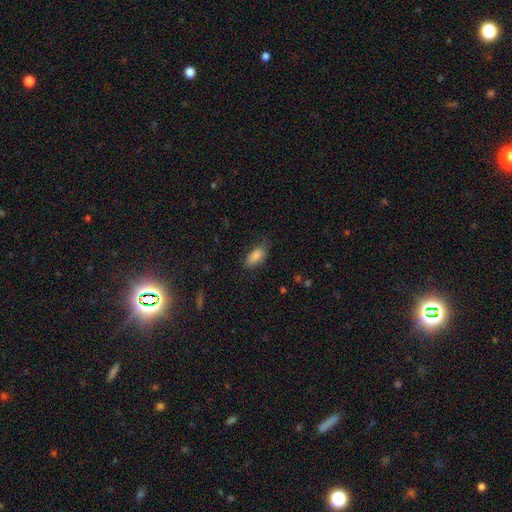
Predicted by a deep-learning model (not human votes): smooth 84%, featured or disk 8%, star or artifact 7%. Down the decision tree: how rounded — in between (89%); merging — none (69%).